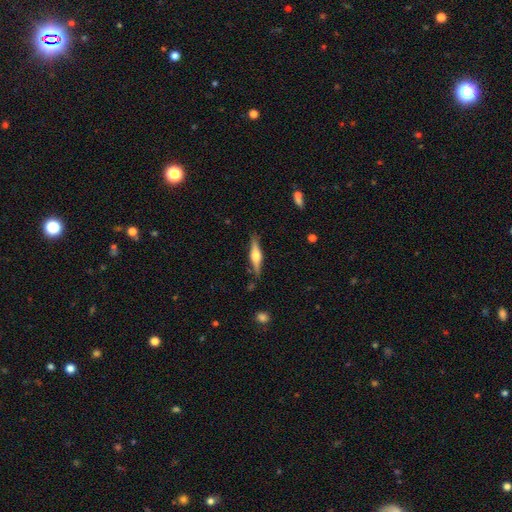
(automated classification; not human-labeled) smooth_or_featured: featured or disk (p=0.68) [alt: smooth p=0.26]
disk_edge_on: yes (p=0.97) [alt: no p=0.03]
edge_on_bulge: rounded (p=0.88) [alt: boxy p=0.09]
merging: none (p=0.85) [alt: minor disturbance p=0.11]